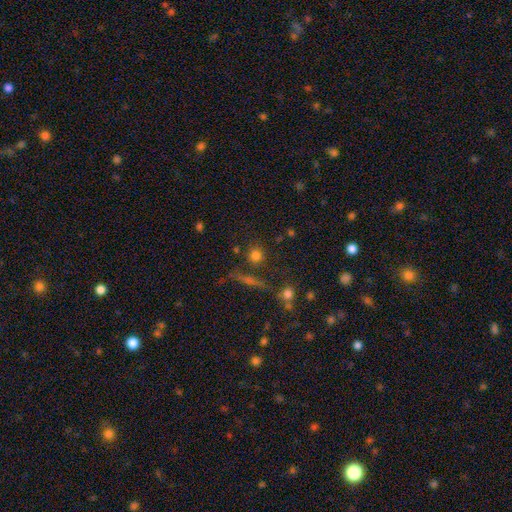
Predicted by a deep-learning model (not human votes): Smooth or featured: smooth — 75% (star or artifact — 17%)
How rounded: round — 89% (in between — 9%)
Merging: none — 76% (merger — 10%)